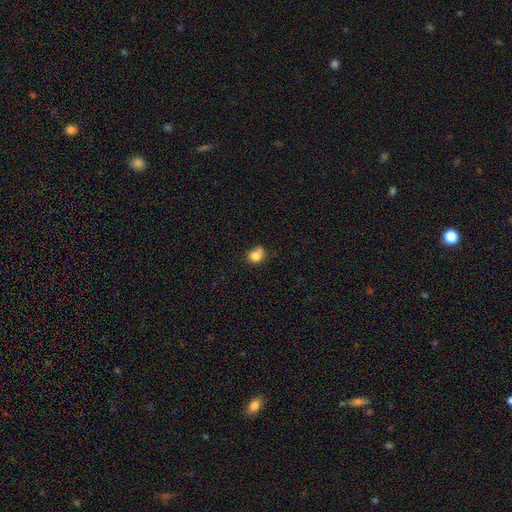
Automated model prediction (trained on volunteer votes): Overall: smooth (81%). How rounded: round (67%; in between 32%). Merging: none (49%; minor disturbance 28%).